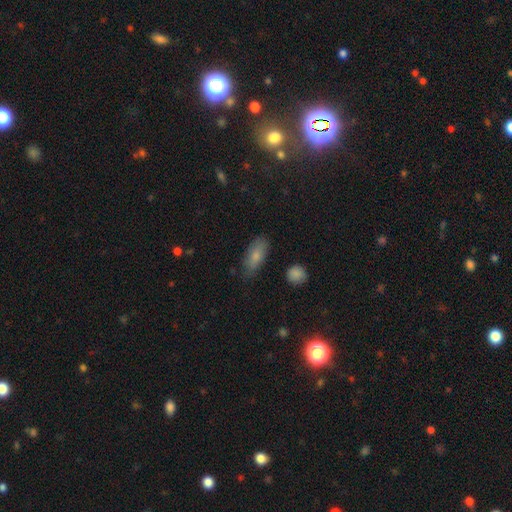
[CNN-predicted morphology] smooth 78%, featured or disk 15%, star or artifact 7%. Down the decision tree: how rounded — in between (84%); merging — none (72%).